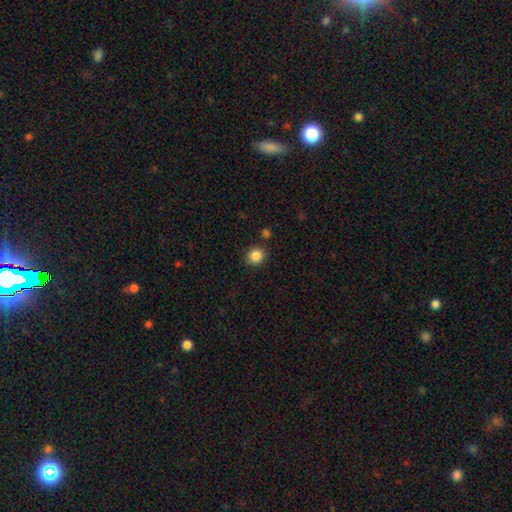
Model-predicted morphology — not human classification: smooth_or_featured: smooth (p=0.86) [alt: star or artifact p=0.10]
how_rounded: round (p=0.84) [alt: in between p=0.15]
merging: none (p=0.86) [alt: minor disturbance p=0.09]